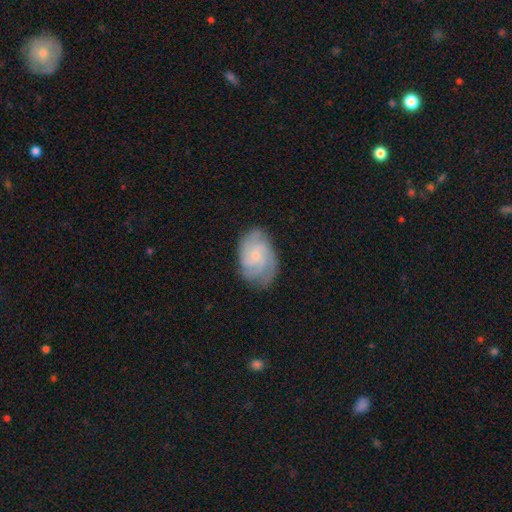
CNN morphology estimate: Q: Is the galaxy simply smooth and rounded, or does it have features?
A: featured or disk — 78%.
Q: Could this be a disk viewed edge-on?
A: no — 98%.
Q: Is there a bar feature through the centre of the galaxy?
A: no — 72%.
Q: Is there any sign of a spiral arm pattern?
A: yes — 97%.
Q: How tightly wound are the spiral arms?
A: tight — 59%.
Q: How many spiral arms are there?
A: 3 — 36%.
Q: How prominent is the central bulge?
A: small — 75%.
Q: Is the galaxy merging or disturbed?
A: none — 76%.